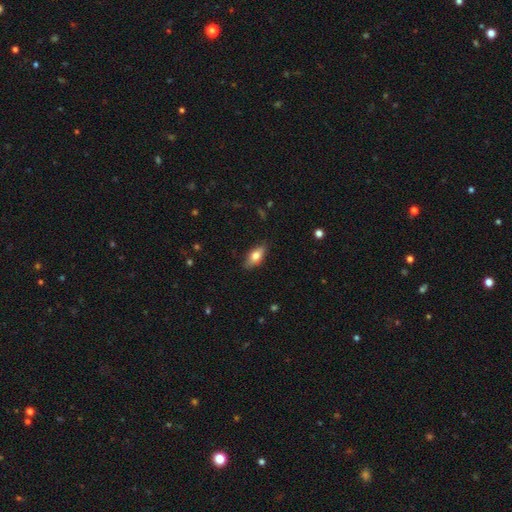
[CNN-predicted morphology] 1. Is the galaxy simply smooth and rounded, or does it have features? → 73% smooth, 20% featured or disk, 7% star or artifact.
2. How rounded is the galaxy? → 83% in between, 14% cigar-shaped, 3% round.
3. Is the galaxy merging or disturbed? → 84% none, 13% minor disturbance, 2% major disturbance, 1% merger.